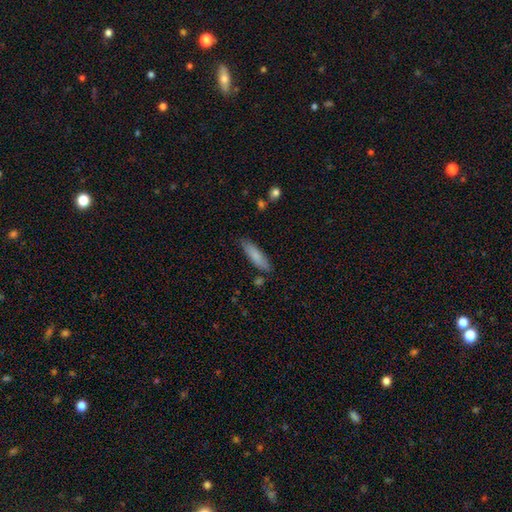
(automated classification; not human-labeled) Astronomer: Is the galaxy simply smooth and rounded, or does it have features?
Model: smooth — 82%.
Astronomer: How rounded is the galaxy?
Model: cigar-shaped — 68%.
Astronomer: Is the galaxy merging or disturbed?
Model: none — 82%.